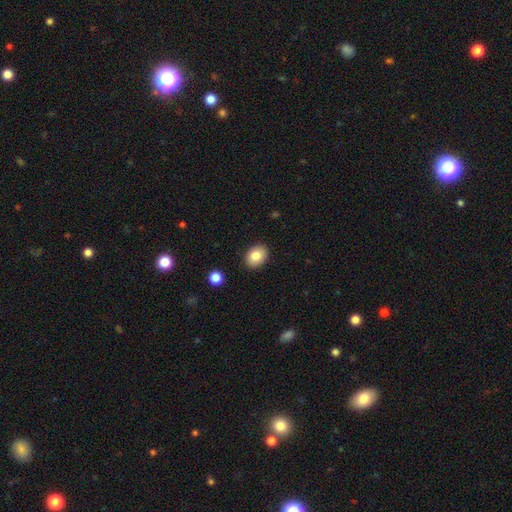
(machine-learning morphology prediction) This is clearly a smooth galaxy (84%). How rounded: likely in between (71%). Merging: clearly none (89%).